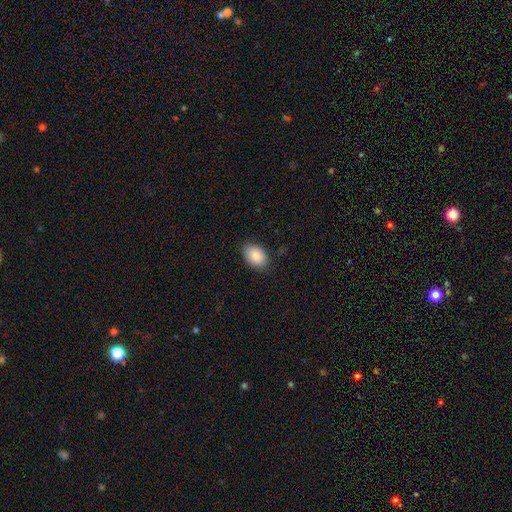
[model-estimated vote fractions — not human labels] This is clearly a smooth galaxy (88%). How rounded: clearly in between (87%). Merging: clearly none (85%).